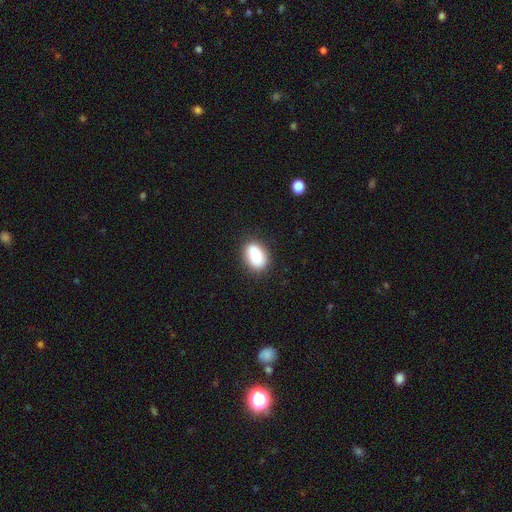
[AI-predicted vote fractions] Smooth or featured? smooth (79%)
How rounded? in between (80%)
Merging? none (78%)